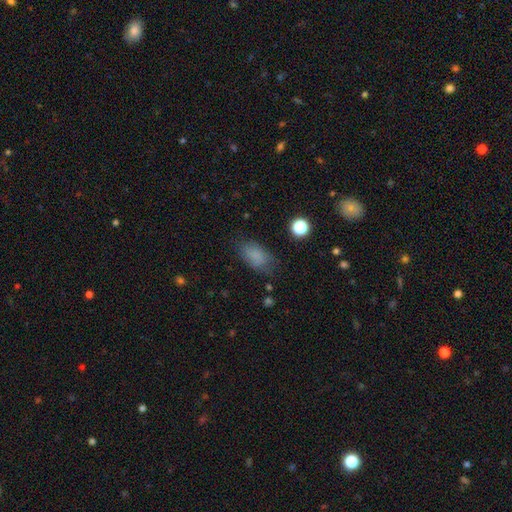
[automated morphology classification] A smooth galaxy with no disk features (81%) that is in between round and cigar-shaped (89%).

Vote fractions:
- Smooth or featured? smooth: 81% / star or artifact: 12% / featured or disk: 7%
- How rounded? in between: 89% / round: 9% / cigar-shaped: 3%
- Merging? none: 73% / minor disturbance: 19% / major disturbance: 7% / merger: 2%